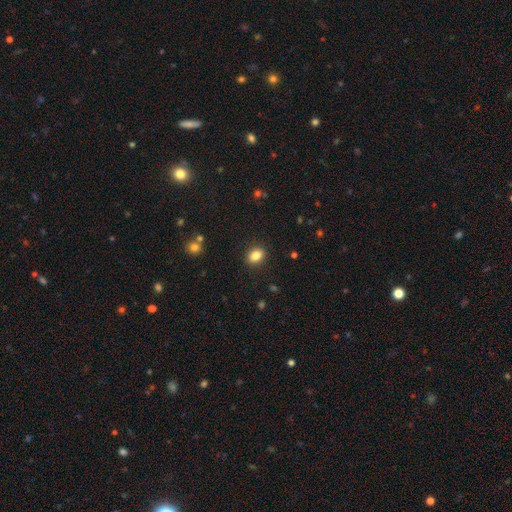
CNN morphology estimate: A smooth galaxy with no disk features (84%) that is in between round and cigar-shaped (73%).

Vote fractions:
- Smooth or featured? smooth: 84% / star or artifact: 9% / featured or disk: 7%
- How rounded? in between: 73% / round: 26% / cigar-shaped: 2%
- Merging? none: 88% / minor disturbance: 8% / major disturbance: 2% / merger: 1%